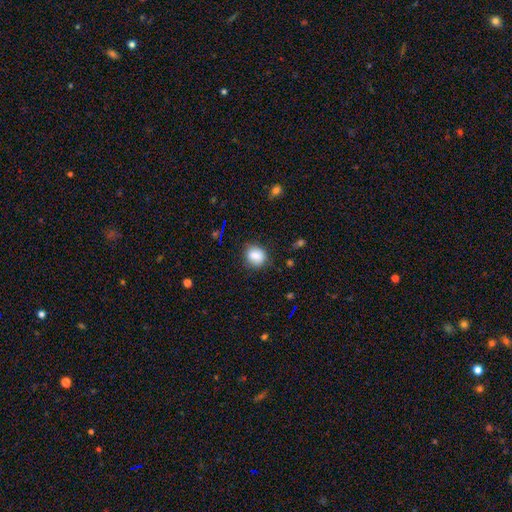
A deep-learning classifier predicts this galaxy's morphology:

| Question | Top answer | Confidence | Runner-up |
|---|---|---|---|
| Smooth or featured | smooth | 82% | star or artifact (10%) |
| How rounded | round | 67% | in between (32%) |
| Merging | none | 80% | minor disturbance (15%) |